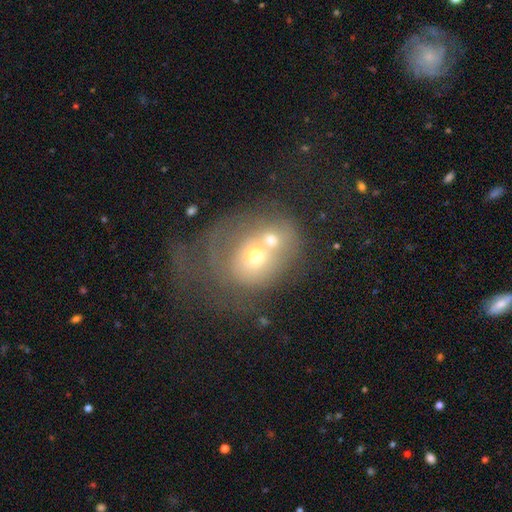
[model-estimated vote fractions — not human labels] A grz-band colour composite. It shows a smooth galaxy with no disk features (44%). Merging: merger (65%).